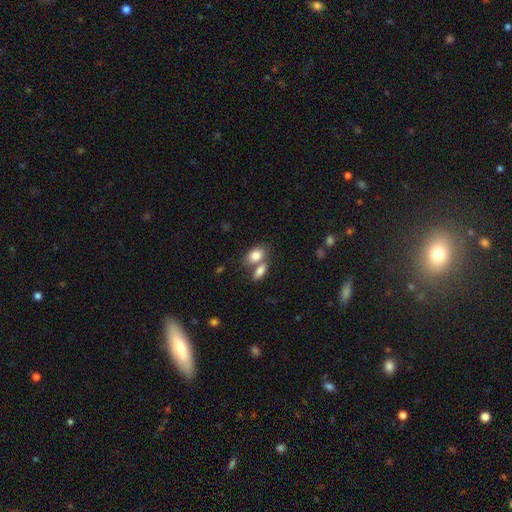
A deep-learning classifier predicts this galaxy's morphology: This is clearly a smooth galaxy (82%). How rounded: clearly in between (85%). Merging: possibly merger (50%).